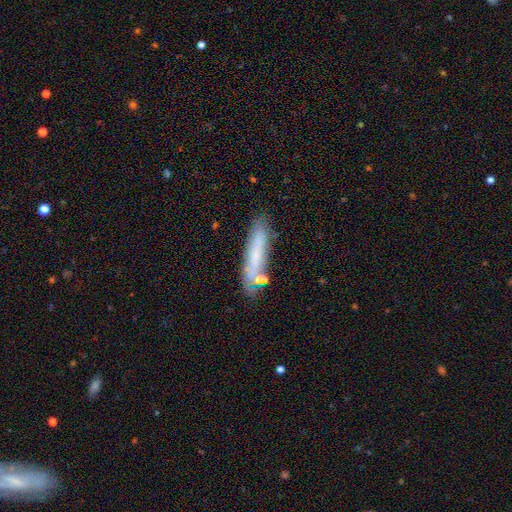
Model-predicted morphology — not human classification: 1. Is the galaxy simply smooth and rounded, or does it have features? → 58% smooth, 33% featured or disk, 8% star or artifact.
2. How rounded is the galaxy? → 82% cigar-shaped, 16% in between, 2% round.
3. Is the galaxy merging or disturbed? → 70% none, 17% minor disturbance, 8% merger, 5% major disturbance.